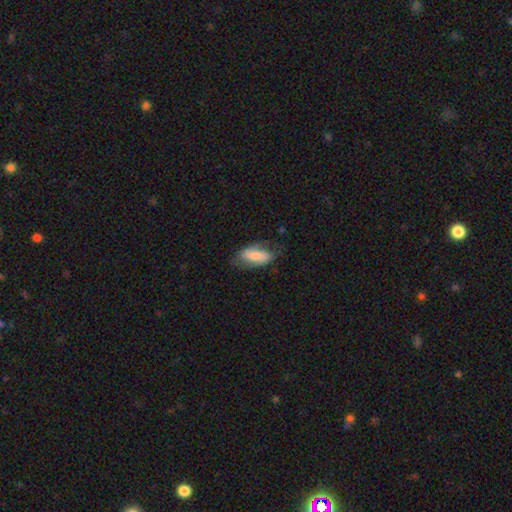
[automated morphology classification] Smooth or featured?
  - smooth: 58% *
  - featured or disk: 36%
  - star or artifact: 7%
How rounded?
  - in between: 87% *
  - cigar-shaped: 10%
  - round: 4%
Merging?
  - none: 61% *
  - minor disturbance: 26%
  - major disturbance: 11%
  - merger: 2%